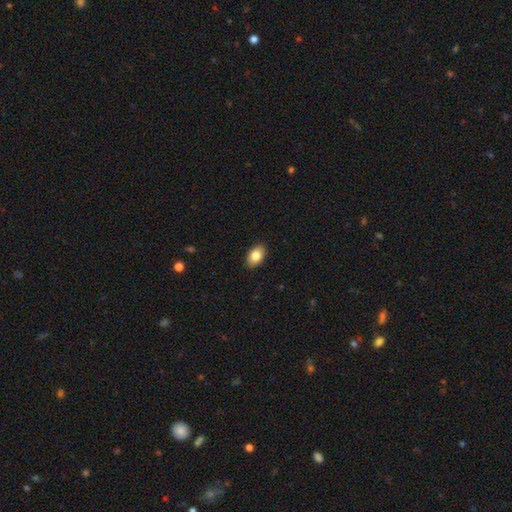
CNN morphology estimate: smooth 83%, featured or disk 9%, star or artifact 7%. Down the decision tree: how rounded — in between (89%); merging — none (89%).